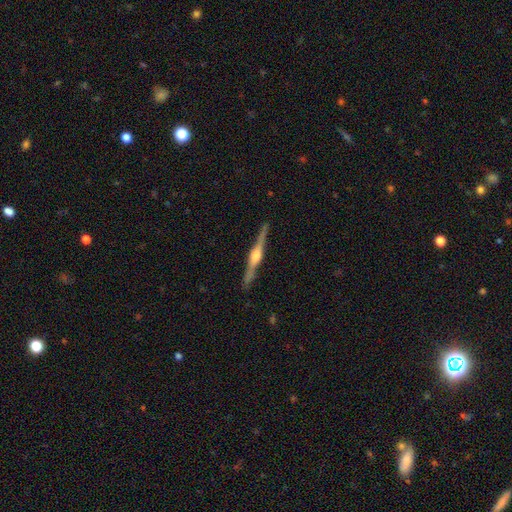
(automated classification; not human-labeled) The model was most divided on "smooth or featured": featured or disk: 84%, smooth: 11%, star or artifact: 5%. More confident: edge-on disk — yes (98%); merging — none (90%); edge-on bulge — rounded (89%).